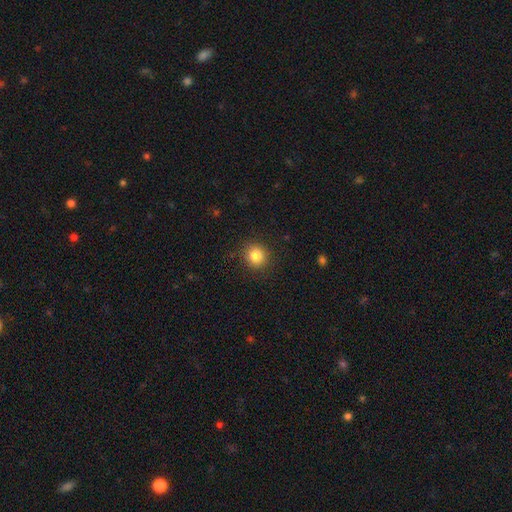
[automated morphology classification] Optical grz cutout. It shows a smooth galaxy with no disk features (82%) that is round (90%). Merging: none (90%).